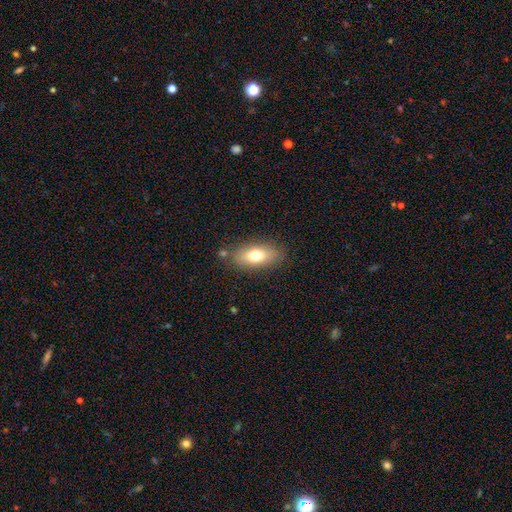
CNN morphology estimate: A smooth galaxy with no disk features (72%) that is in between round and cigar-shaped (83%).

Vote fractions:
- Smooth or featured? smooth: 72% / featured or disk: 19% / star or artifact: 8%
- How rounded? in between: 83% / cigar-shaped: 11% / round: 6%
- Merging? none: 80% / minor disturbance: 13% / merger: 4% / major disturbance: 3%